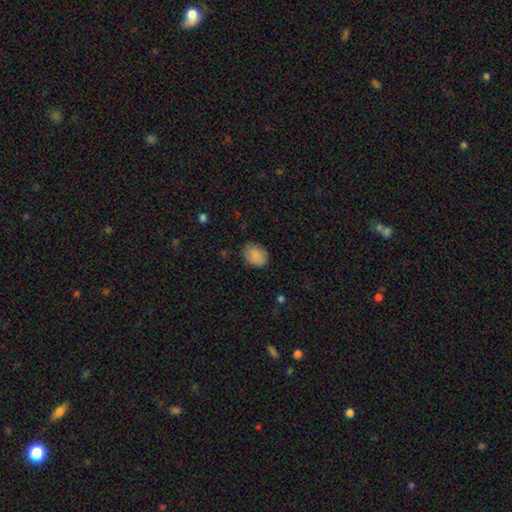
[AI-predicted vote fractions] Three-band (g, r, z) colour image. It shows a smooth galaxy with no disk features (86%) that is in between round and cigar-shaped (64%). Merging: none (78%).